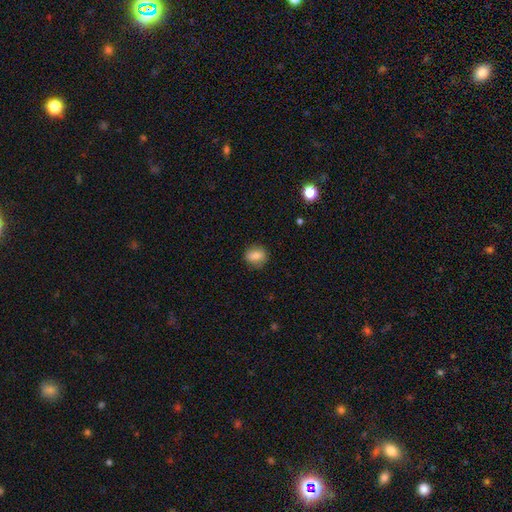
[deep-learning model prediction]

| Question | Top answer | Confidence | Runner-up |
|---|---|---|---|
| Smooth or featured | smooth | 80% | featured or disk (11%) |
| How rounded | round | 65% | in between (33%) |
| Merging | none | 85% | minor disturbance (11%) |